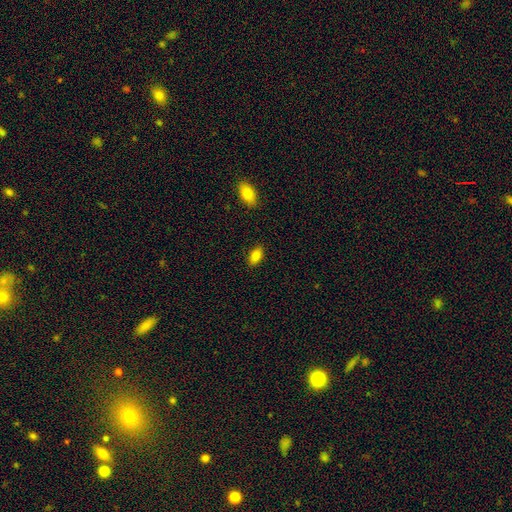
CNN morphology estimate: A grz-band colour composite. It shows a smooth galaxy with no disk features (83%) that is in between round and cigar-shaped (90%). Merging: none (88%).